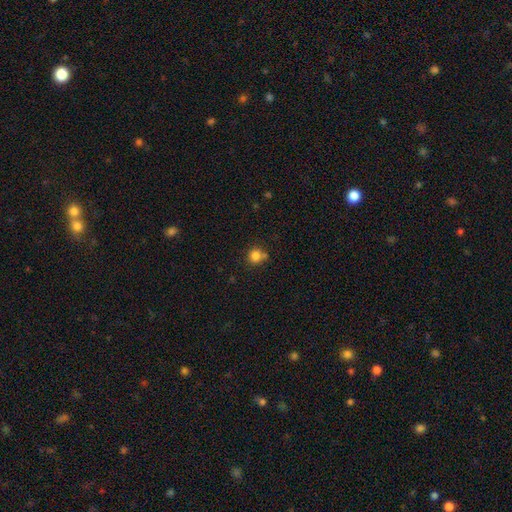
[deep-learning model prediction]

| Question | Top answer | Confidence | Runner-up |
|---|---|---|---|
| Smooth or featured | smooth | 82% | star or artifact (12%) |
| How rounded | round | 89% | in between (10%) |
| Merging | none | 67% | merger (17%) |